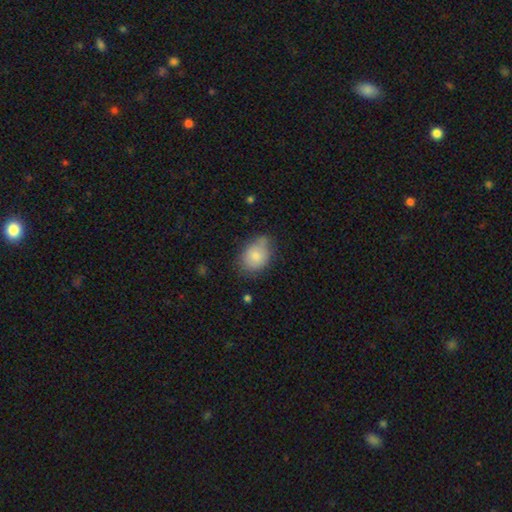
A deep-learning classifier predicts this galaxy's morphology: A smooth galaxy with no disk features (79%) that is in between round and cigar-shaped (75%).

Vote fractions:
- Smooth or featured? smooth: 79% / featured or disk: 14% / star or artifact: 7%
- How rounded? in between: 75% / round: 24% / cigar-shaped: 1%
- Merging? none: 54% / minor disturbance: 32% / major disturbance: 8% / merger: 6%